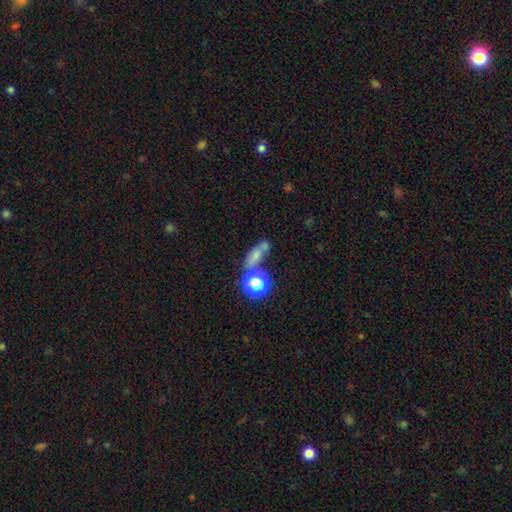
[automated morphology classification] Smooth or featured: smooth — 58% (star or artifact — 24%)
How rounded: in between — 50% (round — 30%)
Merging: none — 45% (merger — 30%)